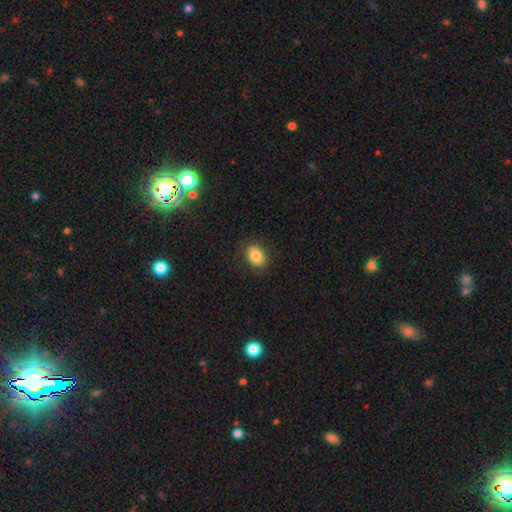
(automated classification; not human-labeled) Smooth or featured? Predicted: smooth (p=0.83). How rounded? Predicted: in between (p=0.76). Merging? Predicted: none (p=0.82).